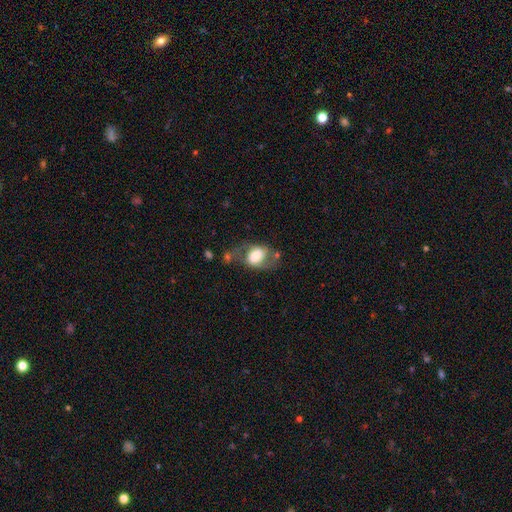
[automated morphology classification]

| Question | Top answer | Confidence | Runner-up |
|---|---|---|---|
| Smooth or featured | smooth | 54% | featured or disk (39%) |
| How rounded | in between | 68% | round (31%) |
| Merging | none | 47% | minor disturbance (23%) |